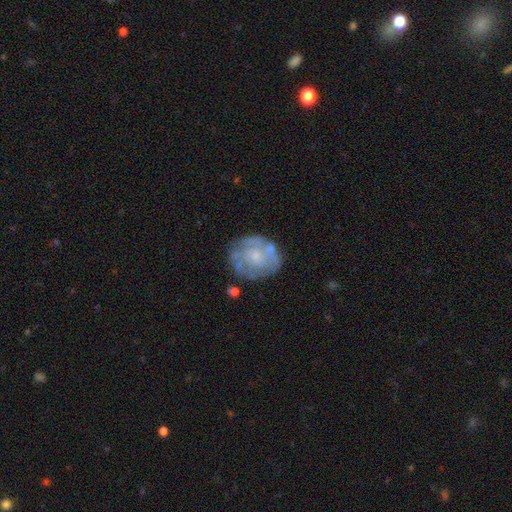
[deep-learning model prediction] This is likely a featured or disk galaxy (67%). It is clearly not viewed edge-on (97%). Bar: clearly no (81%). Spiral arm pattern: possibly yes (57%). Central bulge: possibly small (53%). Merging: likely none (64%).